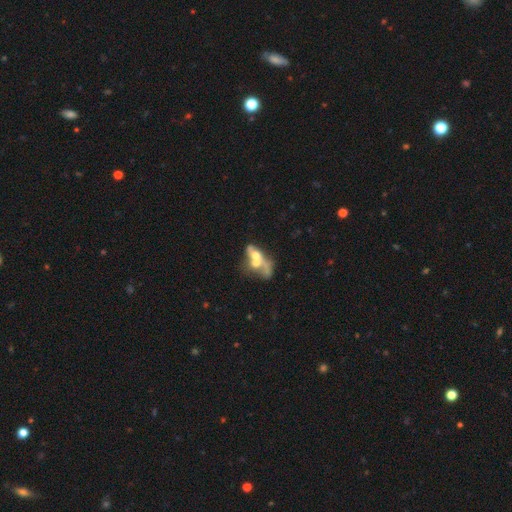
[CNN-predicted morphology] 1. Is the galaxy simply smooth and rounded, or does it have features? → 48% featured or disk, 41% smooth, 11% star or artifact.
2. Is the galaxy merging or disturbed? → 73% merger, 13% major disturbance, 10% none, 5% minor disturbance.